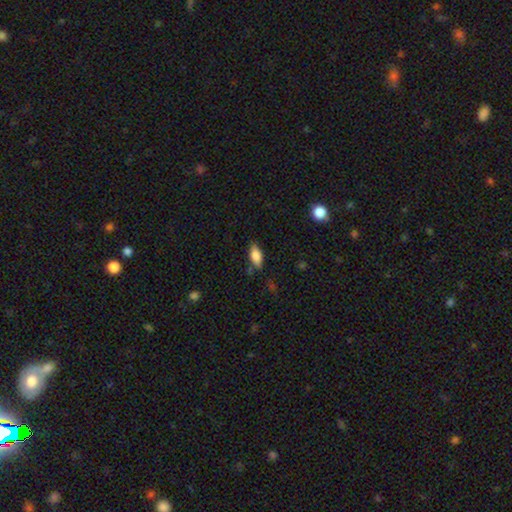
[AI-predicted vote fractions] The model was most divided on "smooth or featured": smooth: 76%, featured or disk: 16%, star or artifact: 8%. More confident: how rounded — in between (83%); merging — none (78%).